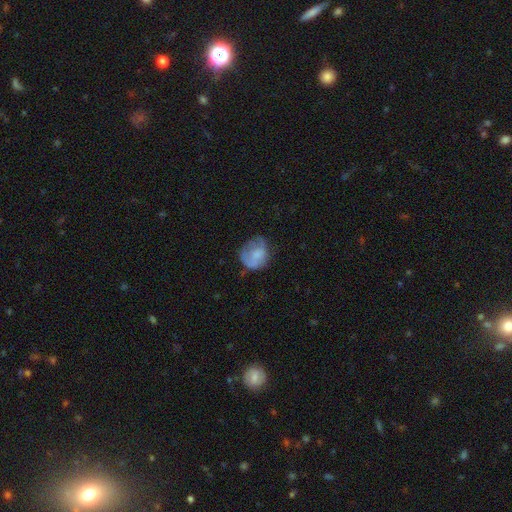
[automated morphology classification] type=smooth (64%); roundness=round (68%); merging=none (46%).